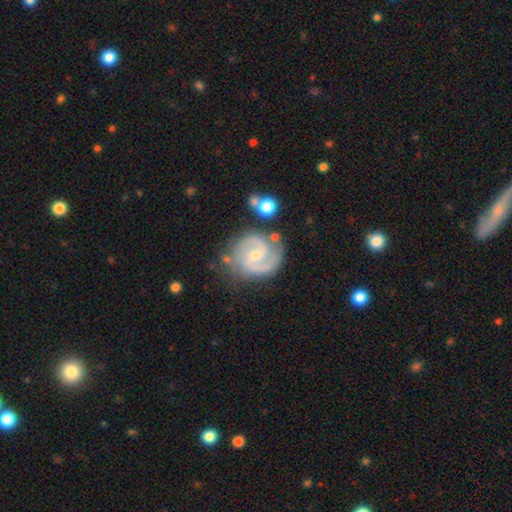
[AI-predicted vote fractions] This is clearly a featured or disk galaxy (91%). It is clearly not viewed edge-on (98%). Bar: possibly weak (45%). Spiral arm pattern: clearly yes (98%). Spiral arm count: clearly 2 (88%). Spiral winding: possibly medium (55%). Central bulge: likely small (61%). Merging: likely none (74%).